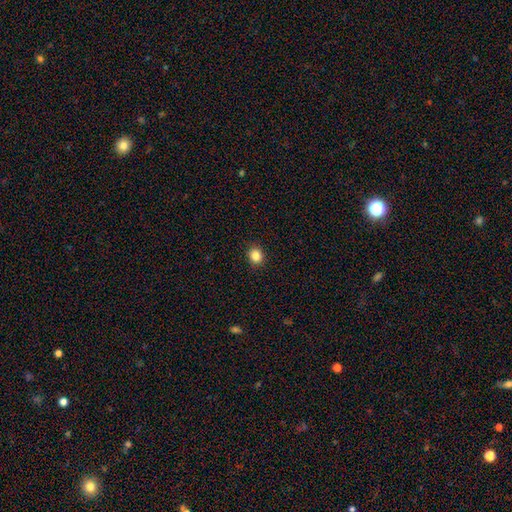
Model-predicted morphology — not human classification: type=smooth (86%); roundness=round (70%); merging=none (91%).